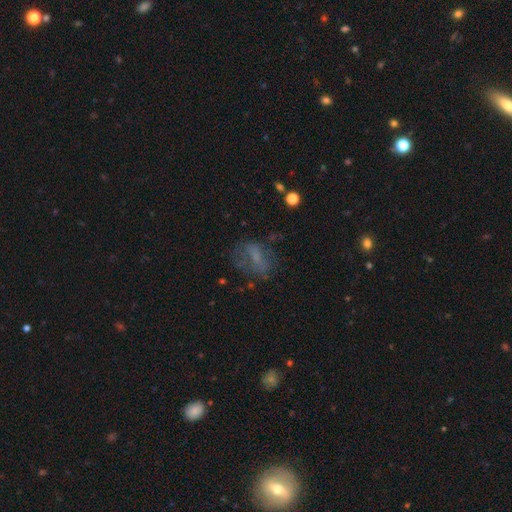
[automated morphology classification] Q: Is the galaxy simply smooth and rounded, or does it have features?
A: smooth — 41%.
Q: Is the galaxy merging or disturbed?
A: none — 54%.